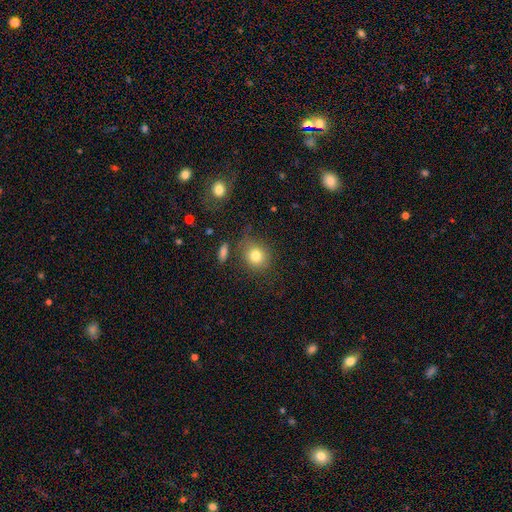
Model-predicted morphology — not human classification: Q: Smooth or featured?
A: smooth (80%); runner-up: star or artifact (11%)
Q: How rounded?
A: round (71%); runner-up: in between (28%)
Q: Merging?
A: none (70%); runner-up: minor disturbance (18%)